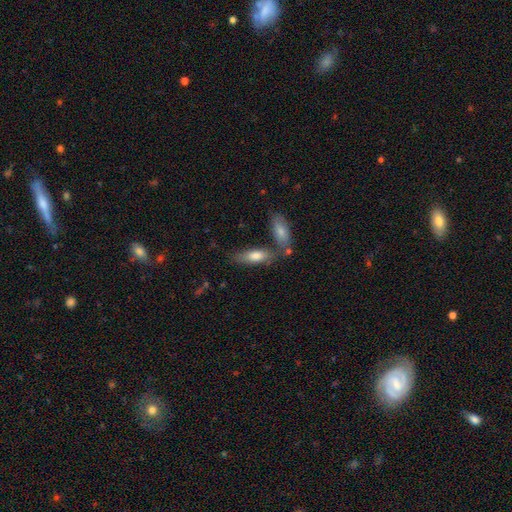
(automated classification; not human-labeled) Smooth or featured: smooth — 77% (featured or disk — 18%)
How rounded: in between — 60% (cigar-shaped — 38%)
Merging: none — 58% (merger — 21%)